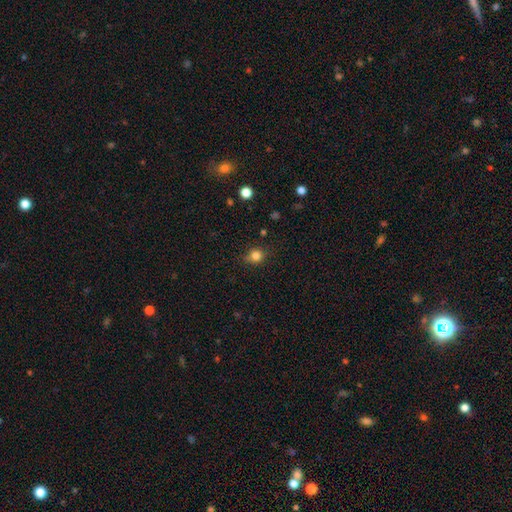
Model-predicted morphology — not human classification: A smooth galaxy with no disk features (82%) that is round (81%). Merging: none (79%).